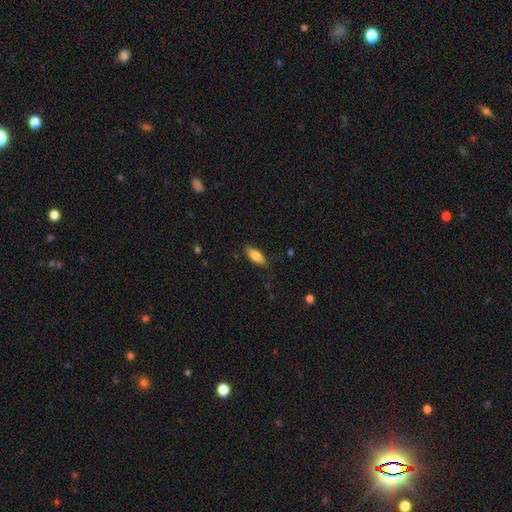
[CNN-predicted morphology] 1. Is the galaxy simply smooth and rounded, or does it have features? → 80% smooth, 13% featured or disk, 7% star or artifact.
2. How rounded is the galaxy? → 72% in between, 26% cigar-shaped, 2% round.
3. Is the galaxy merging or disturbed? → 83% none, 13% minor disturbance, 3% major disturbance, 1% merger.